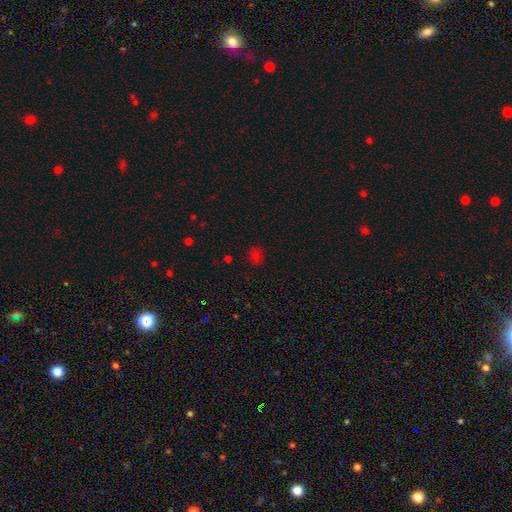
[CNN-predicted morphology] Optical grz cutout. It shows a smooth galaxy with no disk features (67%) that is round (64%). Merging: none (80%).